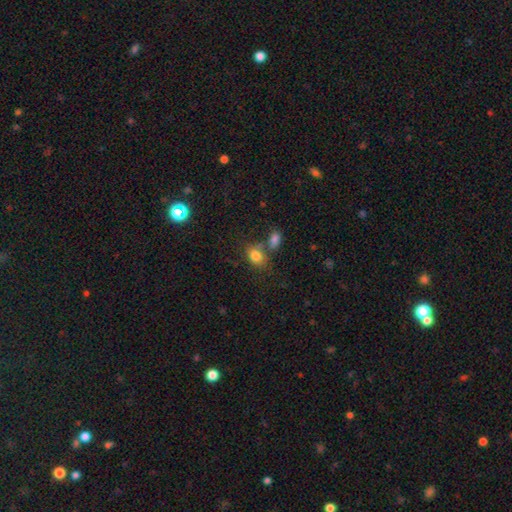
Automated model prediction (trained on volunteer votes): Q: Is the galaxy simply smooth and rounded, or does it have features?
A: smooth — 80%.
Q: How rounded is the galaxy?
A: in between — 72%.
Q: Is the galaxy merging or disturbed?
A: none — 49%.